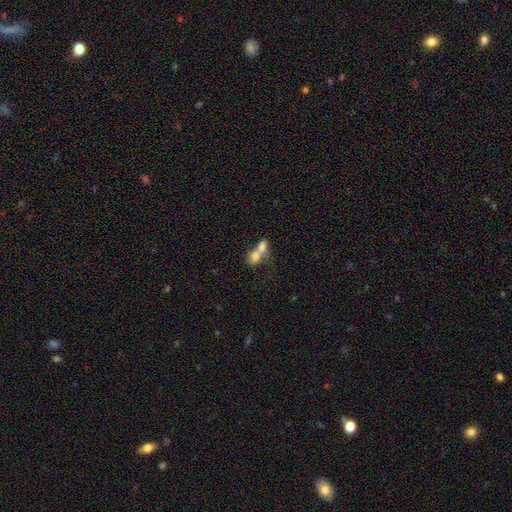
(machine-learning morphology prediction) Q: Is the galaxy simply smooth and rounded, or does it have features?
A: smooth — 71%.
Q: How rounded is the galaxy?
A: in between — 61%.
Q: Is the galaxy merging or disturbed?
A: merger — 77%.